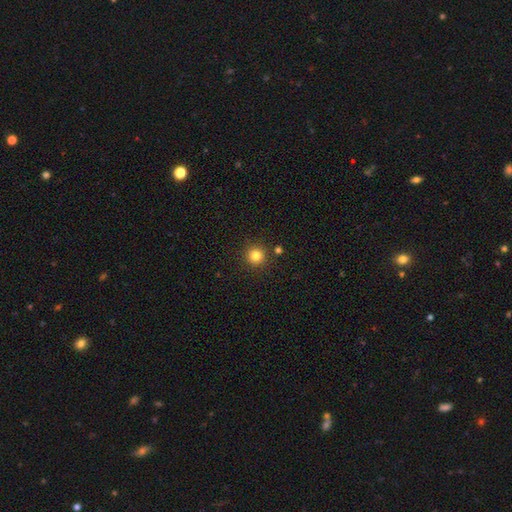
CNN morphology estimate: The model was most divided on "smooth or featured": smooth: 82%, star or artifact: 13%, featured or disk: 5%. More confident: how rounded — round (95%); merging — none (88%).